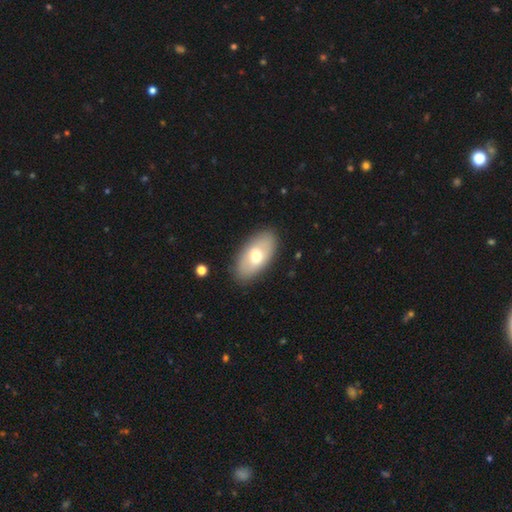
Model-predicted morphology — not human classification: A smooth galaxy with no disk features (65%) that is in between round and cigar-shaped (93%).

Vote fractions:
- Smooth or featured? smooth: 65% / featured or disk: 29% / star or artifact: 6%
- How rounded? in between: 93% / round: 4% / cigar-shaped: 3%
- Merging? none: 86% / minor disturbance: 10% / major disturbance: 3% / merger: 1%